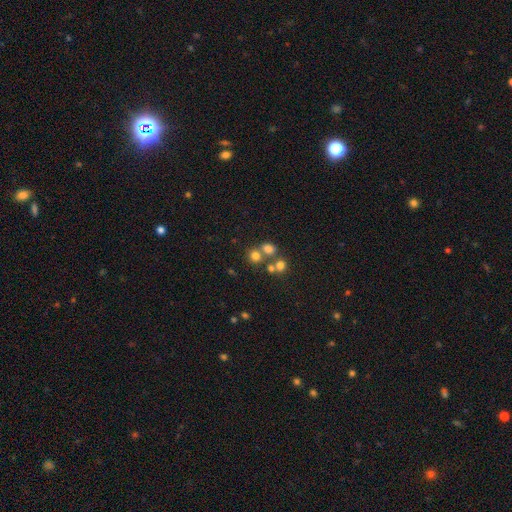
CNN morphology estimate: type=smooth (70%); roundness=round (83%); merging=none (54%).